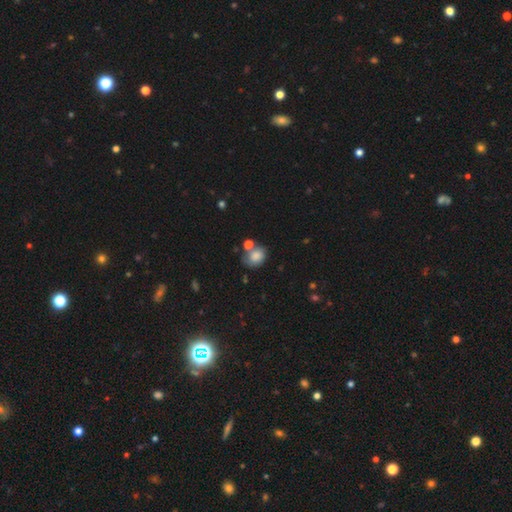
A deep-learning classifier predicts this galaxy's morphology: smooth 78%, featured or disk 12%, star or artifact 10%. Down the decision tree: how rounded — in between (53%); merging — none (46%).